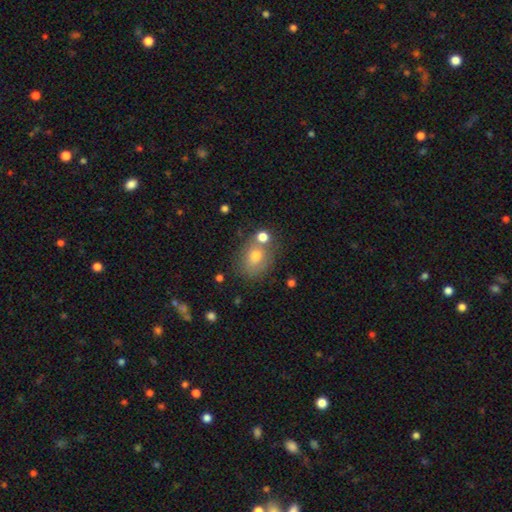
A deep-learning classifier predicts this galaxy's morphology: This is likely a smooth galaxy (72%). How rounded: possibly in between (52%). Merging: likely none (61%).